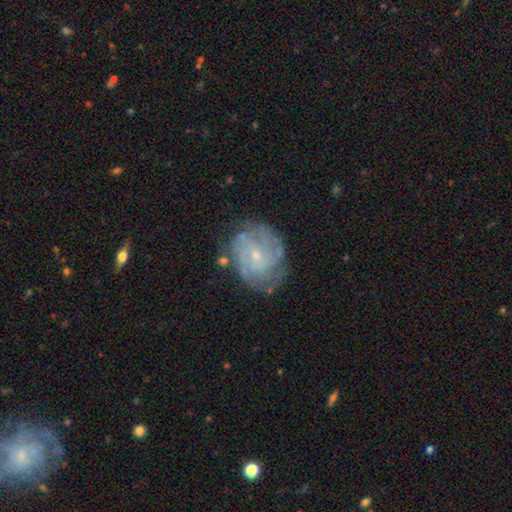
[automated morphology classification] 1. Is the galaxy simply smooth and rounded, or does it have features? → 79% featured or disk, 14% smooth, 7% star or artifact.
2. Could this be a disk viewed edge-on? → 98% no, 2% yes.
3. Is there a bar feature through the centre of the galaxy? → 61% no, 34% weak, 6% strong.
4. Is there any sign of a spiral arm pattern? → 90% yes, 10% no.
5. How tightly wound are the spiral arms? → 59% tight, 32% medium, 9% loose.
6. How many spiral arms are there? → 37% can't tell, 24% 2, 18% 3, 11% 4, 5% more than 4, 5% 1.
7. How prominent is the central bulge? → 77% small, 18% moderate, 3% none, 1% large, 1% dominant.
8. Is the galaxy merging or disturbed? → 72% none, 19% minor disturbance, 7% major disturbance, 2% merger.